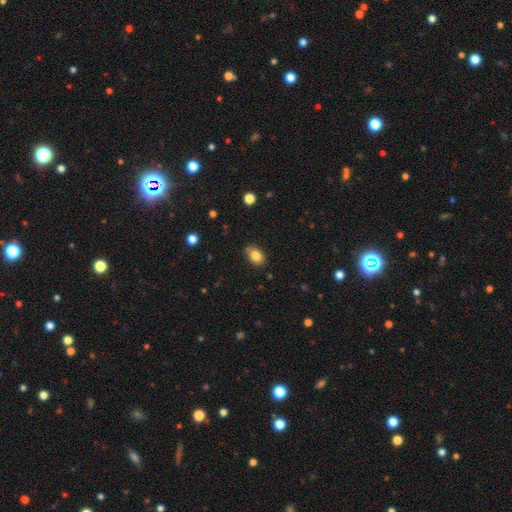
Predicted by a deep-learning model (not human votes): Q: Smooth or featured?
A: smooth (83%); runner-up: star or artifact (9%)
Q: How rounded?
A: in between (78%); runner-up: round (21%)
Q: Merging?
A: none (78%); runner-up: minor disturbance (17%)